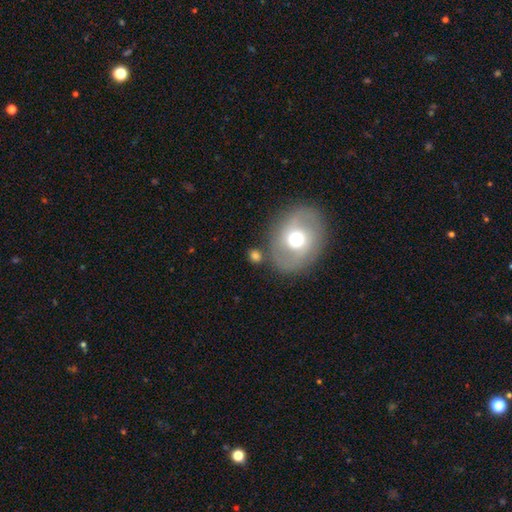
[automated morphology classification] This appears to be a smooth galaxy with no disk features (66%) that is round (65%). Merging: none (72%).